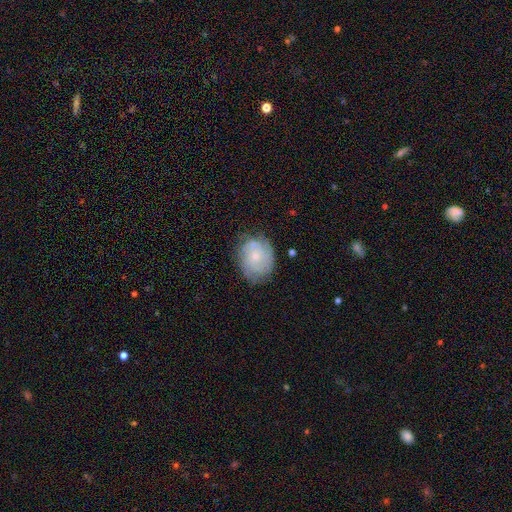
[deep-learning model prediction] This is possibly a featured or disk galaxy (48%). Merging: likely none (65%).